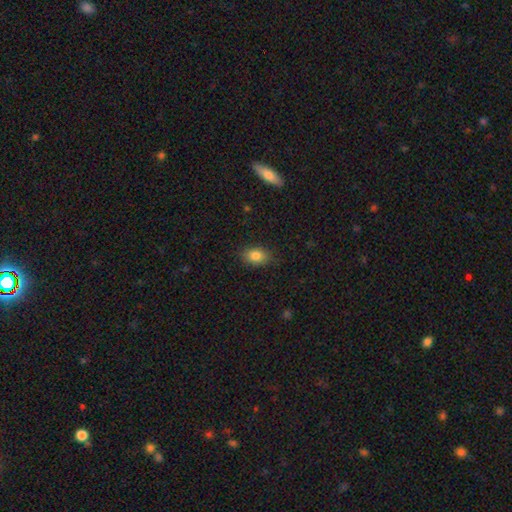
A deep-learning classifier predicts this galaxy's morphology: The model was most divided on "how rounded": in between: 81%, round: 18%, cigar-shaped: 2%. More confident: merging — none (86%); smooth or featured — smooth (83%).